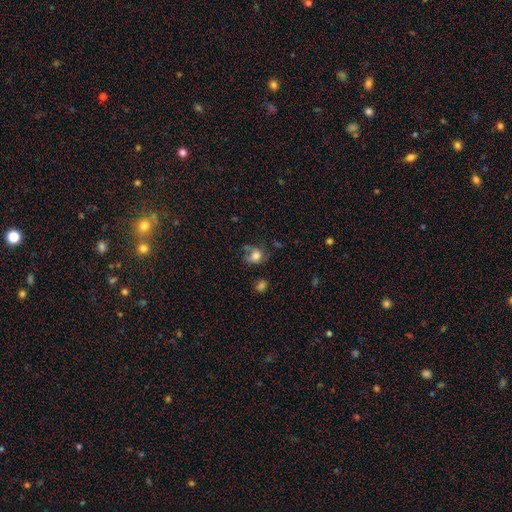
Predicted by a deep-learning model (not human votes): A smooth galaxy with no disk features (70%) that is round (64%). Merging: none (46%).